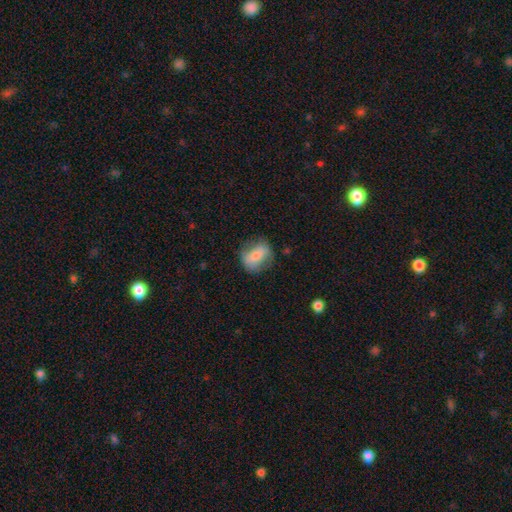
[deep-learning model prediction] Smooth or featured: smooth — 69% (featured or disk — 23%)
How rounded: in between — 65% (round — 32%)
Merging: none — 66% (minor disturbance — 23%)